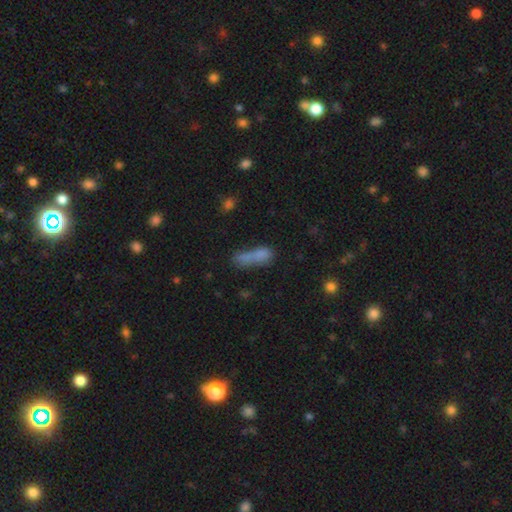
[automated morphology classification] Smooth or featured?
  - smooth: 71% *
  - featured or disk: 15%
  - star or artifact: 14%
How rounded?
  - cigar-shaped: 49% *
  - in between: 43%
  - round: 8%
Merging?
  - merger: 36% *
  - none: 35%
  - minor disturbance: 16%
  - major disturbance: 13%